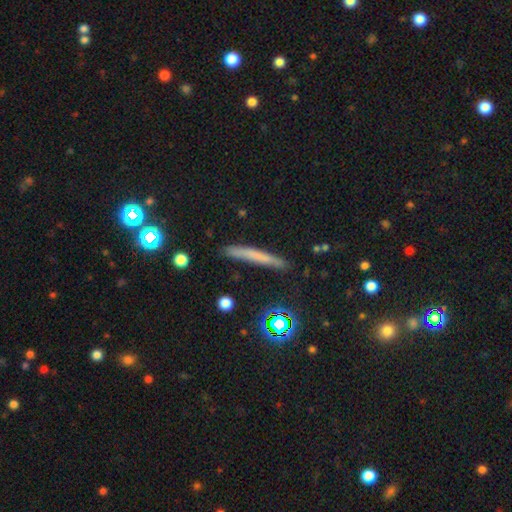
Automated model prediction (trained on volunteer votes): Q: Smooth or featured?
A: smooth (62%); runner-up: featured or disk (27%)
Q: How rounded?
A: cigar-shaped (95%); runner-up: in between (3%)
Q: Merging?
A: none (87%); runner-up: minor disturbance (10%)